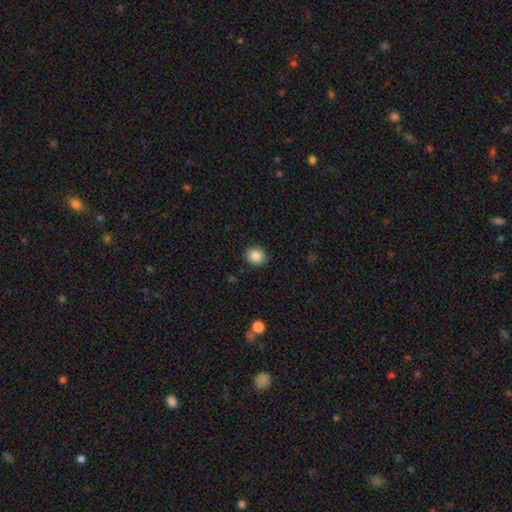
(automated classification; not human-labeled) A smooth galaxy with no disk features (86%) that is round (74%).

Vote fractions:
- Smooth or featured? smooth: 86% / star or artifact: 9% / featured or disk: 5%
- How rounded? round: 74% / in between: 25% / cigar-shaped: 1%
- Merging? none: 88% / minor disturbance: 9% / major disturbance: 2% / merger: 1%